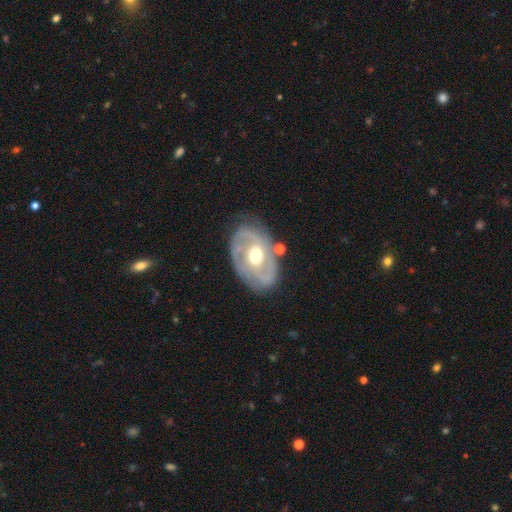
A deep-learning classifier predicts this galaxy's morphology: Smooth or featured? featured or disk (85%)
Edge-on disk? no (96%)
Bar? no (53%)
Spiral arms? yes (90%)
Spiral winding? tight (49%)
Spiral arm count? 2 (78%)
Bulge size? moderate (76%)
Merging? none (75%)